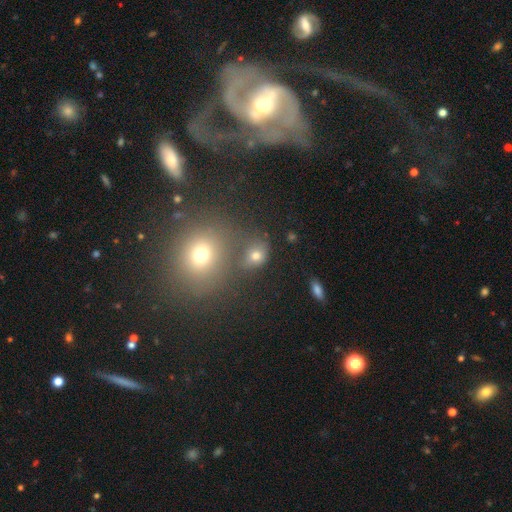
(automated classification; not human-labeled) Overall: smooth (71%). How rounded: round (65%; in between 34%). Merging: none (60%; merger 22%).